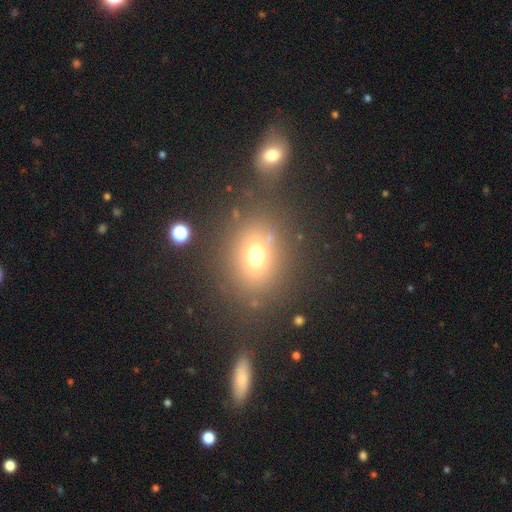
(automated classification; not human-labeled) Smooth or featured? smooth (69%)
How rounded? round (60%)
Merging? none (76%)